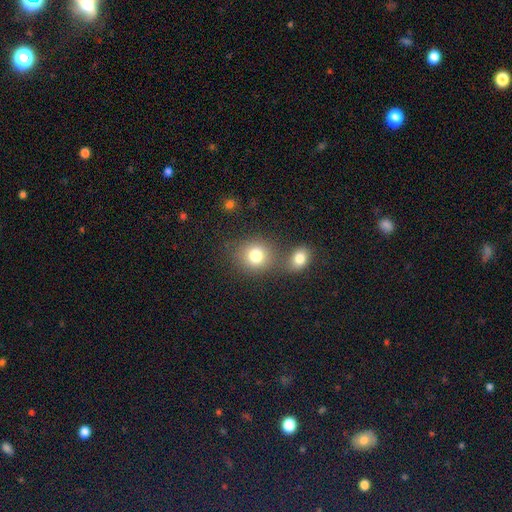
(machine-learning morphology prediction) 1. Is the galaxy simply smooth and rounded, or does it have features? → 79% smooth, 12% star or artifact, 9% featured or disk.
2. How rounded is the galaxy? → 79% round, 20% in between, 1% cigar-shaped.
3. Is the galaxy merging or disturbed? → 55% none, 32% merger, 9% minor disturbance, 4% major disturbance.